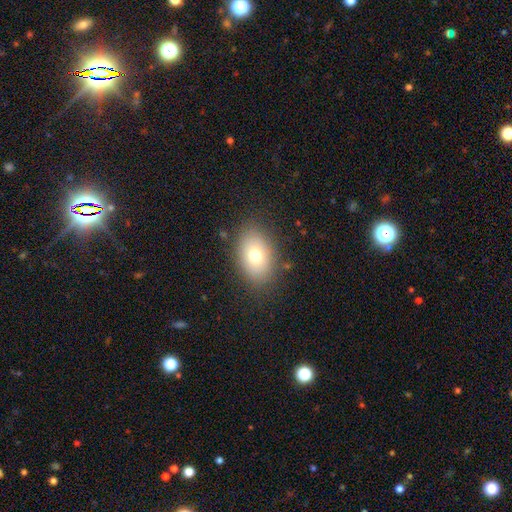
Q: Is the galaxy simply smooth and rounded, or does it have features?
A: smooth — 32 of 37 (86%).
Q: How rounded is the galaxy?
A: in between — 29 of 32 (91%).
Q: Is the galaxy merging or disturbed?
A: none — 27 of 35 (77%).